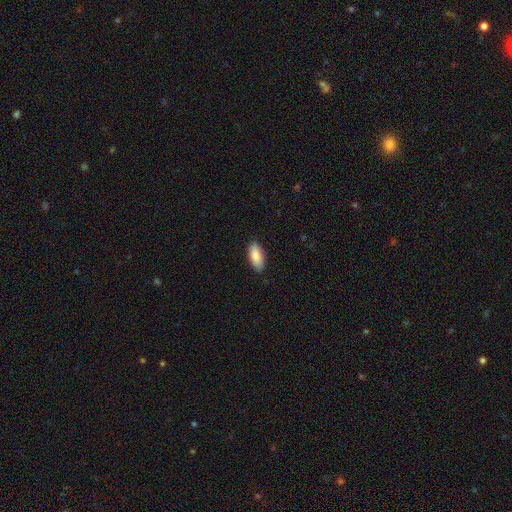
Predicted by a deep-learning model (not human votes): Smooth or featured: smooth — 86% (featured or disk — 8%)
How rounded: in between — 87% (cigar-shaped — 11%)
Merging: none — 87% (minor disturbance — 10%)